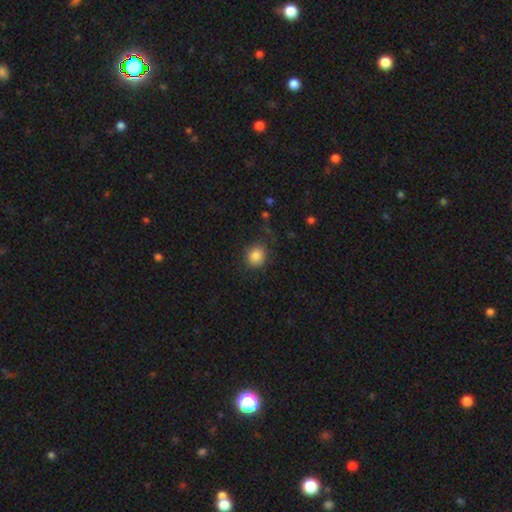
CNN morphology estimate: A smooth galaxy with no disk features (86%) that is round (82%). Merging: none (79%).